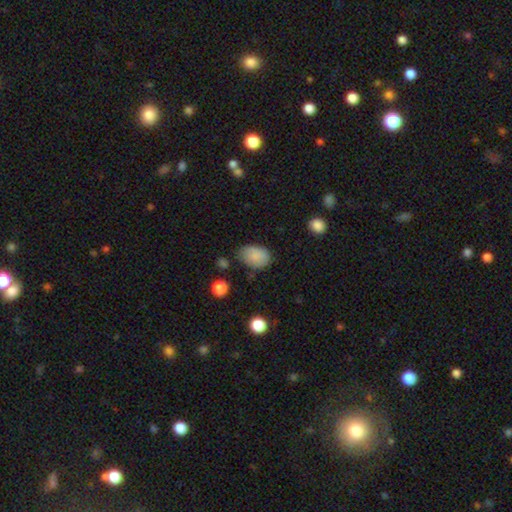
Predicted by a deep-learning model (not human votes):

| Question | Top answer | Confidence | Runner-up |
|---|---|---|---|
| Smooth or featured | smooth | 84% | star or artifact (8%) |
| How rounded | in between | 84% | round (15%) |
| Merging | none | 69% | minor disturbance (23%) |